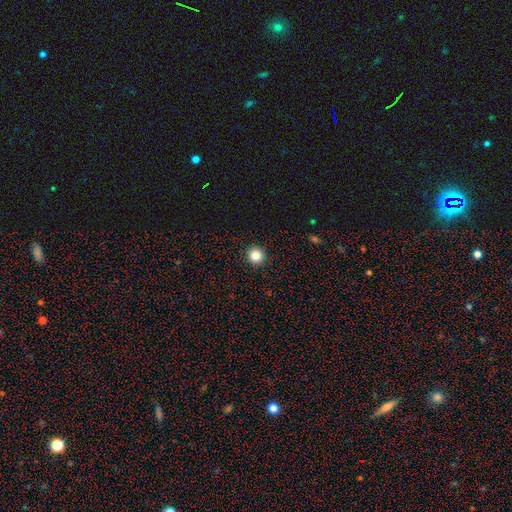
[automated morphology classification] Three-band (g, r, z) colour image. It shows a smooth galaxy with no disk features (83%) that is round (95%). Merging: none (93%).